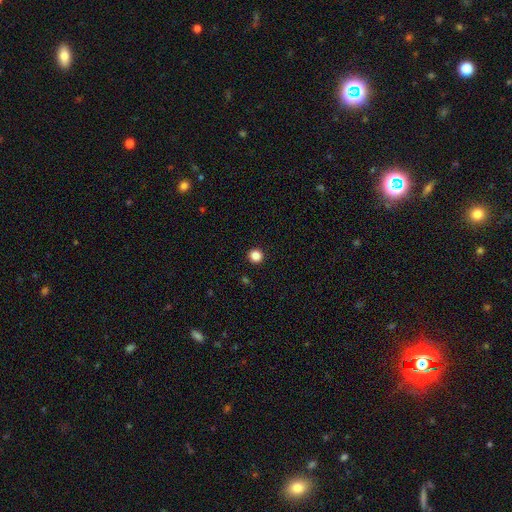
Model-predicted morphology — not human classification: Q: Smooth or featured?
A: smooth (86%); runner-up: star or artifact (11%)
Q: How rounded?
A: round (95%); runner-up: in between (4%)
Q: Merging?
A: none (93%); runner-up: minor disturbance (4%)